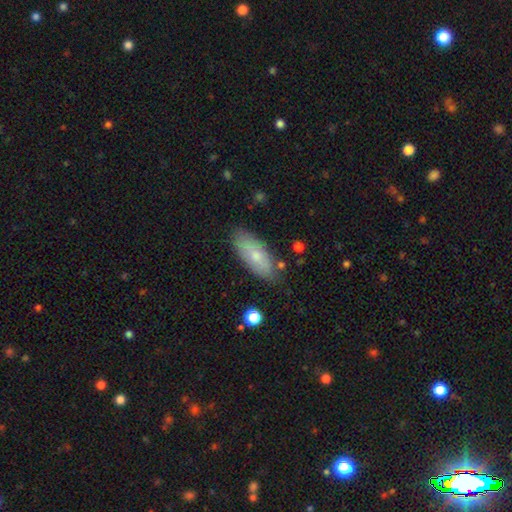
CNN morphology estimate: Q: Smooth or featured?
A: smooth (67%); runner-up: featured or disk (26%)
Q: How rounded?
A: in between (81%); runner-up: cigar-shaped (17%)
Q: Merging?
A: none (80%); runner-up: minor disturbance (15%)